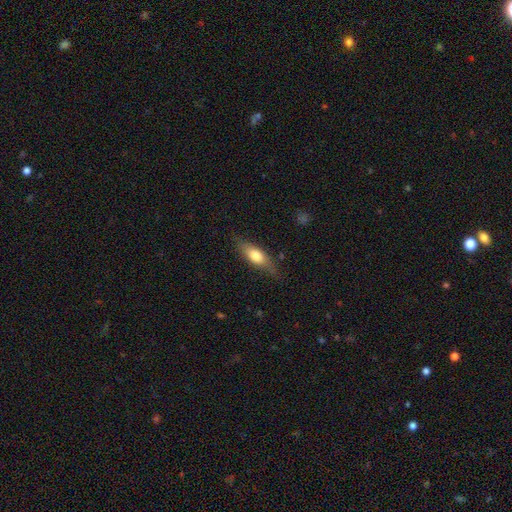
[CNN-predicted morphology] This is likely a smooth galaxy (64%). How rounded: likely in between (60%). Merging: likely none (74%).